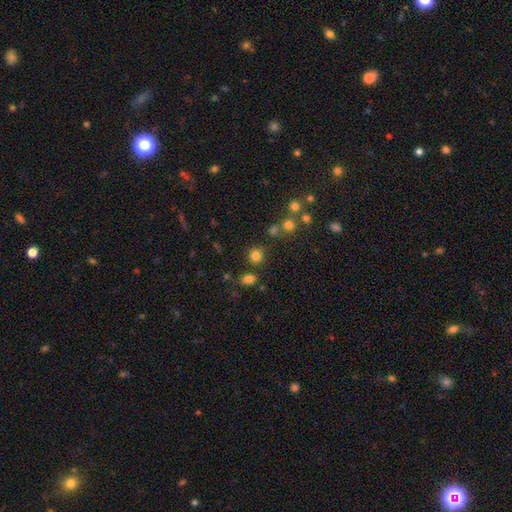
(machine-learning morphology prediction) Smooth or featured: smooth — 78% (star or artifact — 16%)
How rounded: round — 86% (in between — 13%)
Merging: none — 80% (minor disturbance — 9%)